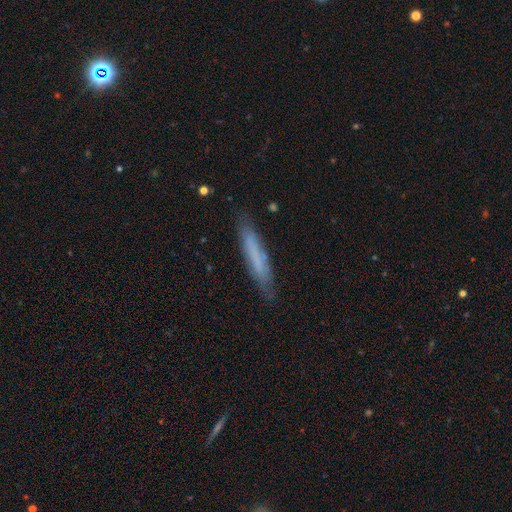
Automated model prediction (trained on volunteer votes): smooth-or-featured: smooth: 60% | featured or disk: 33% | star or artifact: 7%
  how-rounded: cigar-shaped: 91% | in between: 7% | round: 1%
  merging: none: 82% | minor disturbance: 14% | major disturbance: 3% | merger: 1%